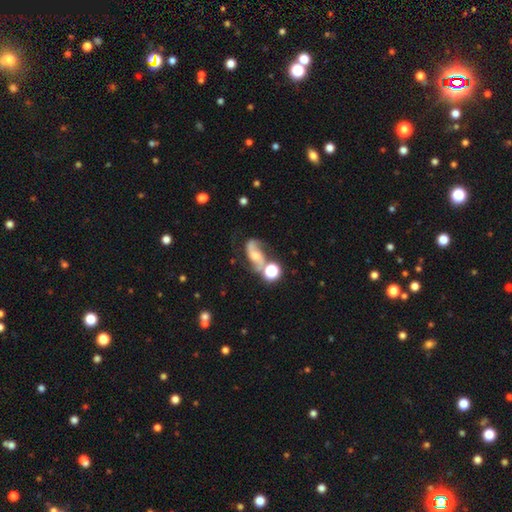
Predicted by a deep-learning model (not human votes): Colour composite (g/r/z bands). It shows a featured or disk galaxy (75%) with no bar (53%), 2 (90%) loose (54%) spiral arms (94%) and a moderate central bulge (49%). Merging: none (50%).